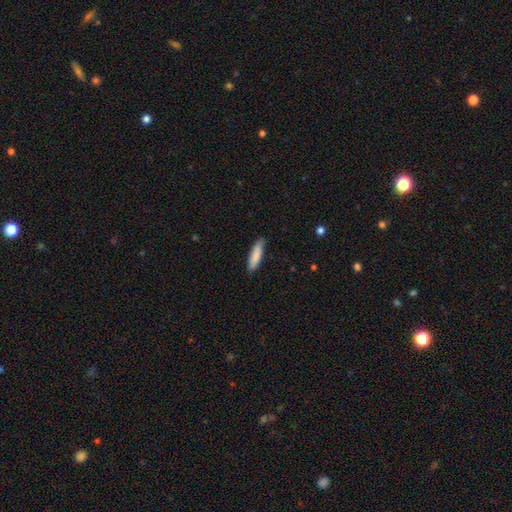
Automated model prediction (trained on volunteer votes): smooth 86%, featured or disk 8%, star or artifact 5%. Down the decision tree: how rounded — cigar-shaped (71%); merging — none (86%).